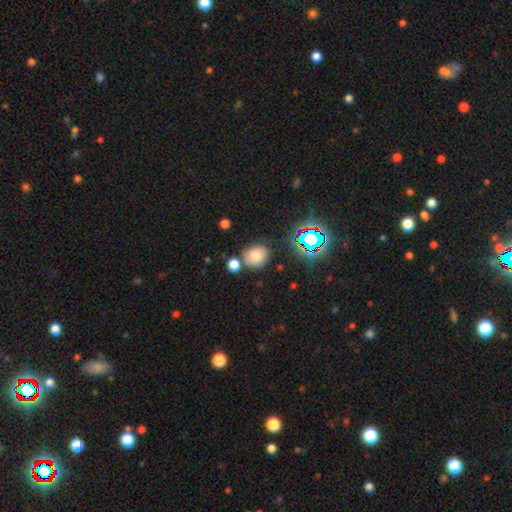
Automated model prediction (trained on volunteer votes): Smooth or featured? Predicted: smooth (p=0.72). How rounded? Predicted: round (p=0.73). Merging? Predicted: none (p=0.71).